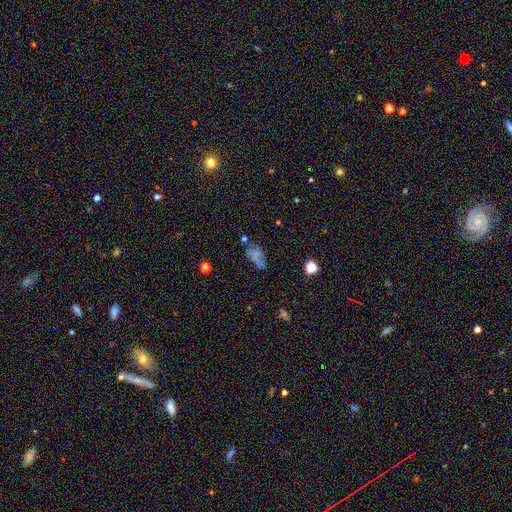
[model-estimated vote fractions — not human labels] Smooth or featured? smooth (55%)
How rounded? in between (87%)
Merging? none (45%)